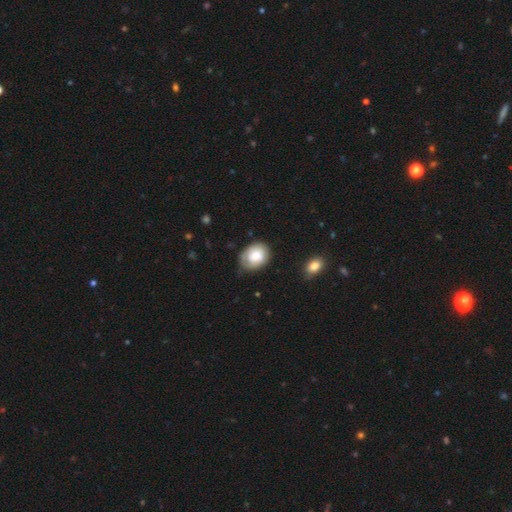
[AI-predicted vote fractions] This is likely a smooth galaxy (73%). How rounded: possibly in between (58%). Merging: likely none (65%).